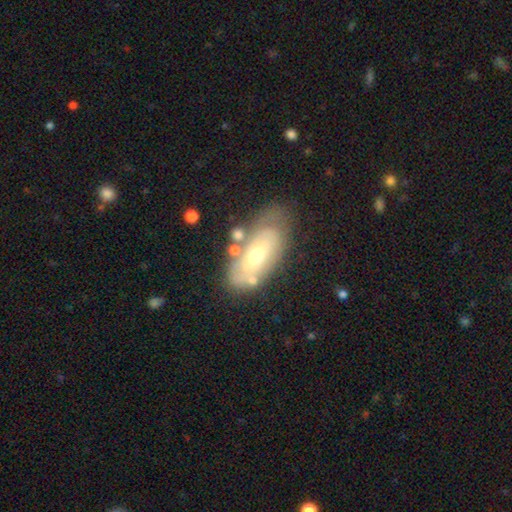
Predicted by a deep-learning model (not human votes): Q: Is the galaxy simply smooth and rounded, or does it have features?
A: featured or disk — 58%.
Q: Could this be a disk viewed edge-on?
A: no — 86%.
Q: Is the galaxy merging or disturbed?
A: none — 62%.